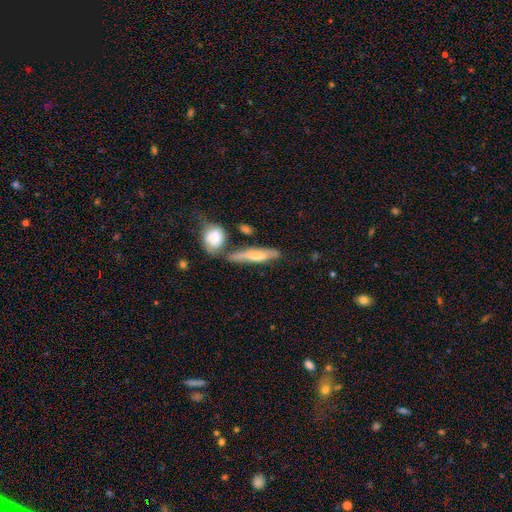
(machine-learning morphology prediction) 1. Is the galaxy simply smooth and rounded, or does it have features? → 54% smooth, 39% featured or disk, 7% star or artifact.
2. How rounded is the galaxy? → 77% cigar-shaped, 19% in between, 4% round.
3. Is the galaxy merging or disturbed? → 54% none, 20% minor disturbance, 18% merger, 8% major disturbance.